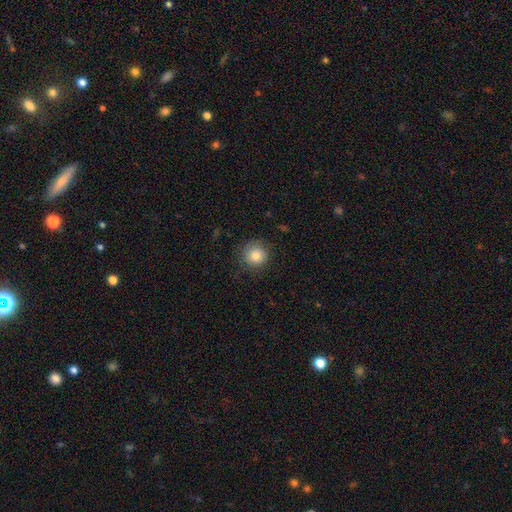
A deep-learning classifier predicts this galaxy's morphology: Overall: smooth (81%). How rounded: round (94%). Merging: none (83%).